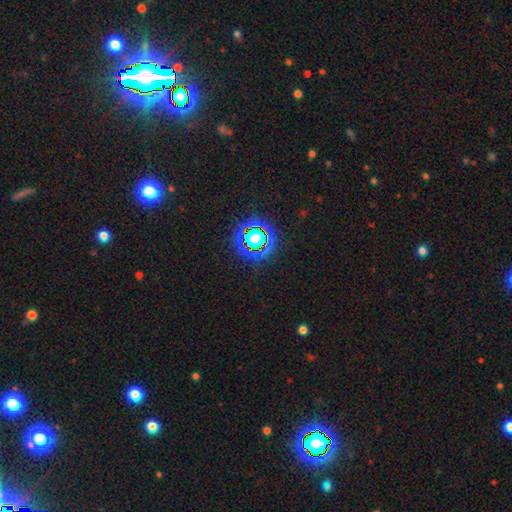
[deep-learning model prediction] smooth_or_featured: star or artifact (p=0.81) [alt: smooth p=0.12]